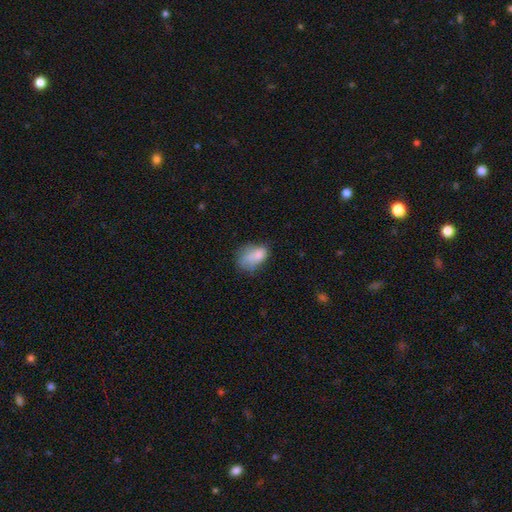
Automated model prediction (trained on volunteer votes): Q: Smooth or featured?
A: smooth (72%); runner-up: featured or disk (18%)
Q: How rounded?
A: in between (84%); runner-up: round (14%)
Q: Merging?
A: none (33%); runner-up: minor disturbance (31%)